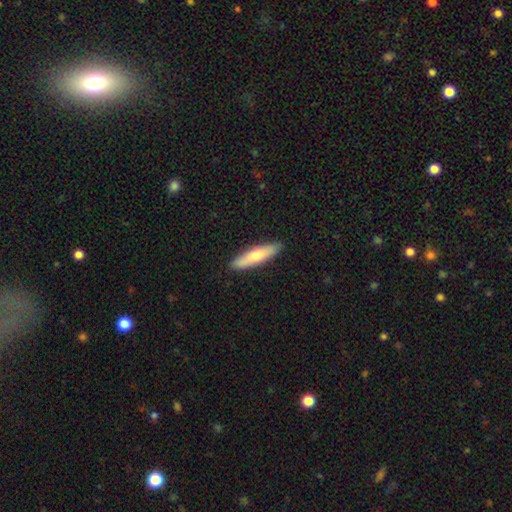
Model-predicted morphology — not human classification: Smooth or featured?
  - smooth: 69% *
  - featured or disk: 25%
  - star or artifact: 5%
How rounded?
  - cigar-shaped: 76% *
  - in between: 22%
  - round: 2%
Merging?
  - none: 89% *
  - minor disturbance: 9%
  - major disturbance: 2%
  - merger: 1%